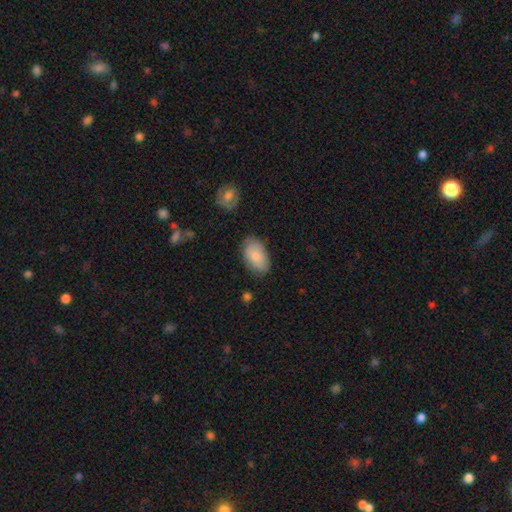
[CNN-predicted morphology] The model was most divided on "merging": none: 76%, minor disturbance: 18%, major disturbance: 4%, merger: 2%. More confident: how rounded — in between (94%); smooth or featured — smooth (81%).